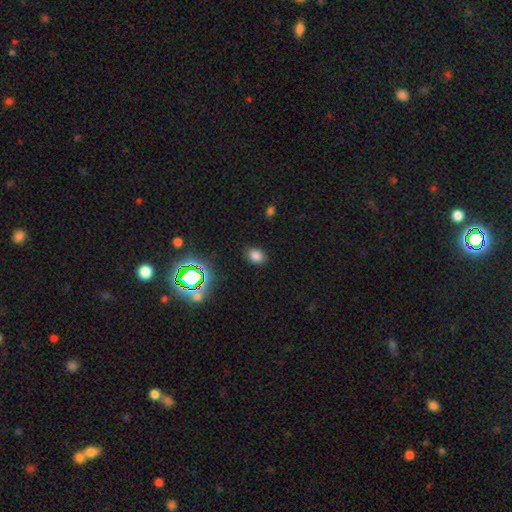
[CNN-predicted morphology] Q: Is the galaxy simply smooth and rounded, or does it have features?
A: smooth — 76%.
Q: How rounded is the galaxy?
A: in between — 64%.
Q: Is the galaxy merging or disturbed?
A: none — 86%.